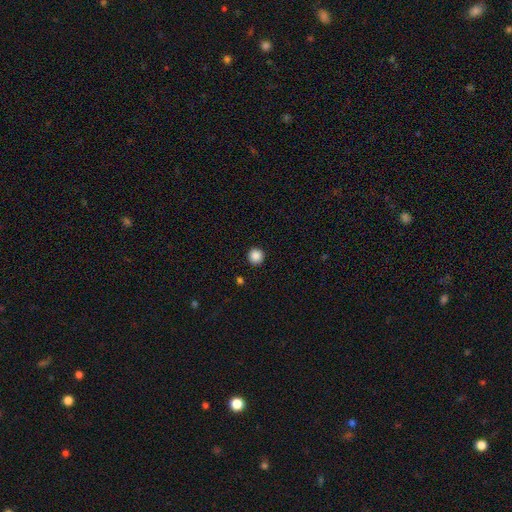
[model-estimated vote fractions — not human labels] Smooth or featured? smooth (87%)
How rounded? round (96%)
Merging? none (93%)